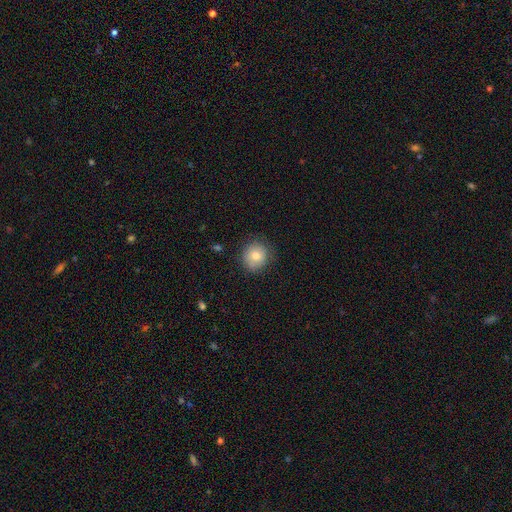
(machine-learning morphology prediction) A smooth galaxy with no disk features (76%) that is round (90%). Merging: none (83%).